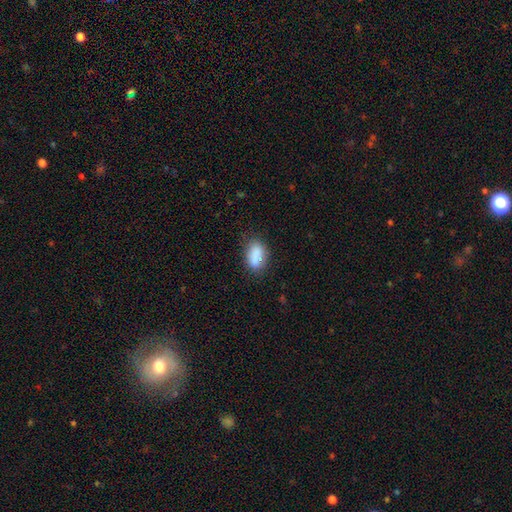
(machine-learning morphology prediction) This is clearly a smooth galaxy (85%). How rounded: clearly in between (88%). Merging: likely none (74%).